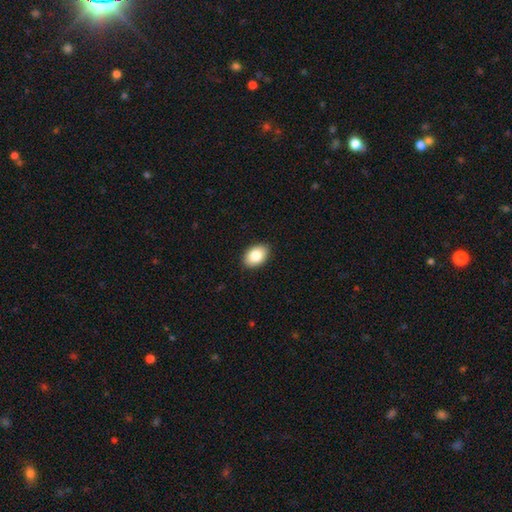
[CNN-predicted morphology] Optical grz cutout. It shows a smooth galaxy with no disk features (84%) that is in between round and cigar-shaped (86%). Merging: none (88%).